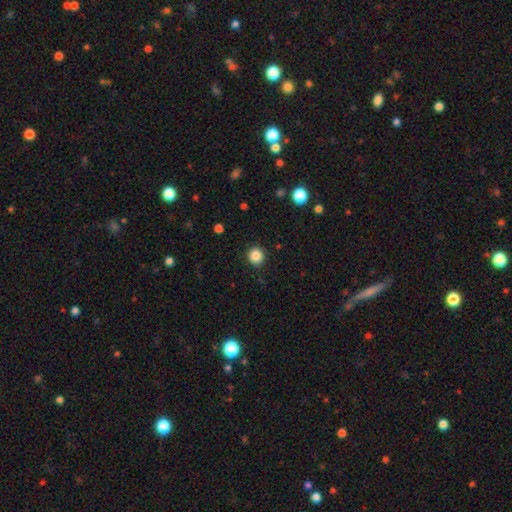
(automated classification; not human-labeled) Overall: smooth (86%). How rounded: round (92%). Merging: none (90%).